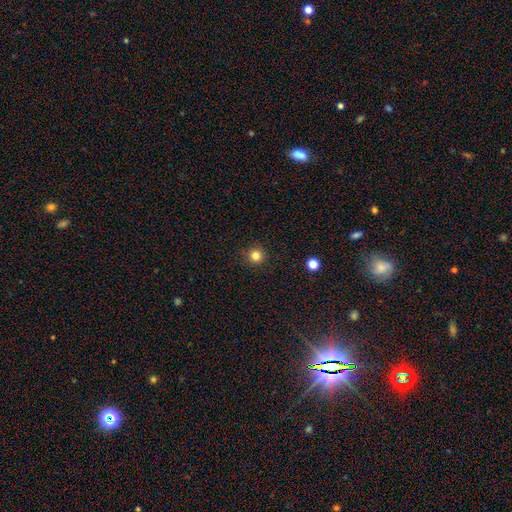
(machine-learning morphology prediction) Smooth or featured? Predicted: smooth (p=0.82). How rounded? Predicted: round (p=0.96). Merging? Predicted: none (p=0.92).